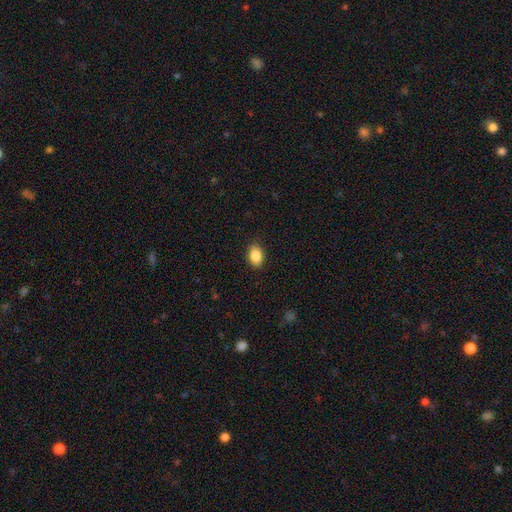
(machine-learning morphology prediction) This is clearly a smooth galaxy (86%). How rounded: clearly in between (83%). Merging: clearly none (88%).